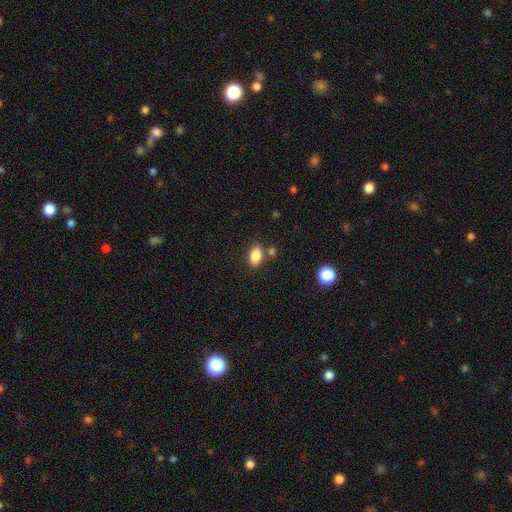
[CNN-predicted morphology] Smooth or featured? Predicted: smooth (p=0.85). How rounded? Predicted: in between (p=0.87). Merging? Predicted: none (p=0.73).